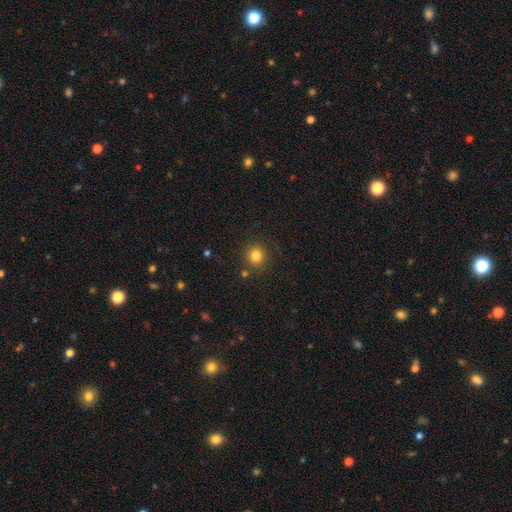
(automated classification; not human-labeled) A smooth galaxy with no disk features (82%) that is round (89%).

Vote fractions:
- Smooth or featured? smooth: 82% / star or artifact: 12% / featured or disk: 6%
- How rounded? round: 89% / in between: 10% / cigar-shaped: 1%
- Merging? none: 84% / minor disturbance: 9% / merger: 4% / major disturbance: 3%